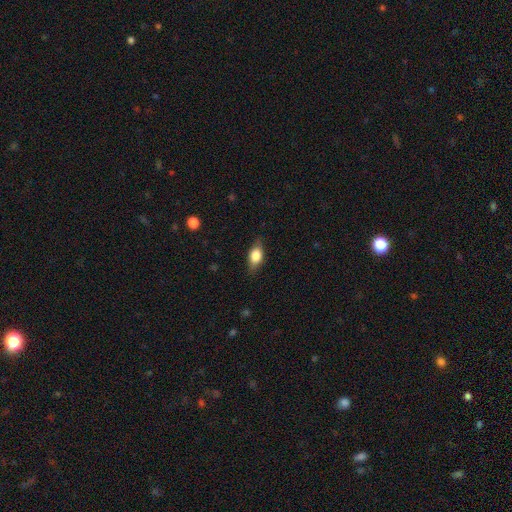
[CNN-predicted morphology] Smooth or featured?
  - smooth: 73% *
  - featured or disk: 19%
  - star or artifact: 8%
How rounded?
  - in between: 81% *
  - round: 10%
  - cigar-shaped: 9%
Merging?
  - none: 78% *
  - minor disturbance: 17%
  - major disturbance: 4%
  - merger: 1%